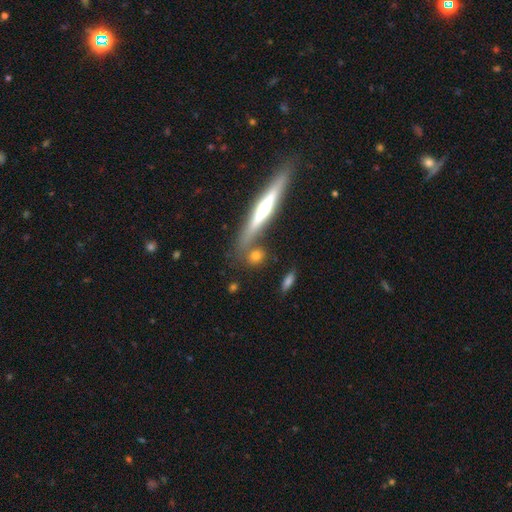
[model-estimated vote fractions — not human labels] Smooth or featured? smooth (68%)
How rounded? round (52%)
Merging? none (67%)